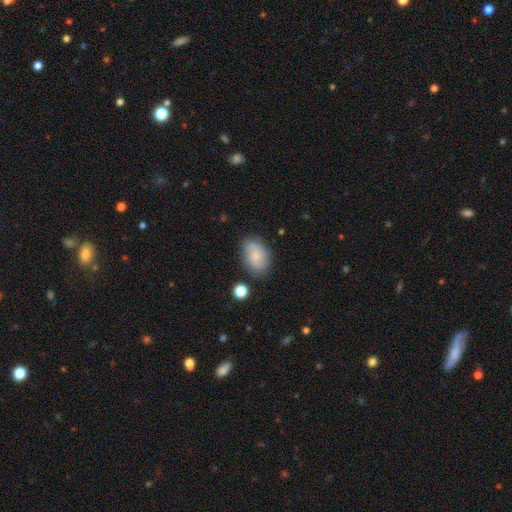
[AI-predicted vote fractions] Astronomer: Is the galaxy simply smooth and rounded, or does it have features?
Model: smooth — 56% (runner-up: featured or disk, 35%).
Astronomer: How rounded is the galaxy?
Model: in between — 81%.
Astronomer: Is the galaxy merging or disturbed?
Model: none — 70%.